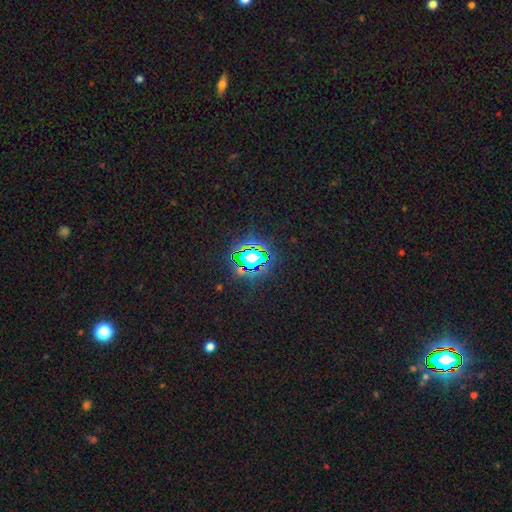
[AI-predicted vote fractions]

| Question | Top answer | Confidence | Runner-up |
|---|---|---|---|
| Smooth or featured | star or artifact | 81% | smooth (12%) |